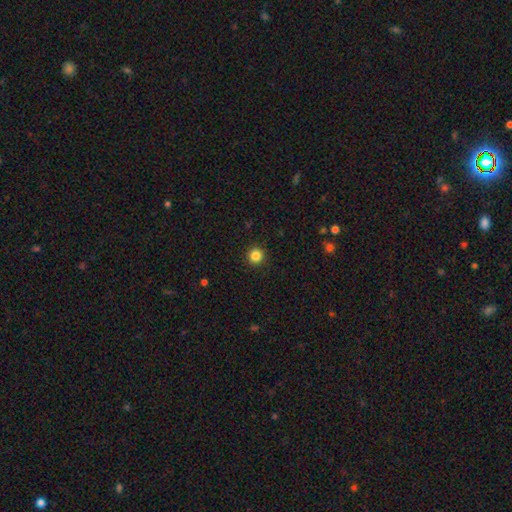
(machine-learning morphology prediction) A smooth galaxy with no disk features (84%) that is round (95%).

Vote fractions:
- Smooth or featured? smooth: 84% / star or artifact: 12% / featured or disk: 4%
- How rounded? round: 95% / in between: 4% / cigar-shaped: 1%
- Merging? none: 93% / minor disturbance: 5% / major disturbance: 2% / merger: 1%